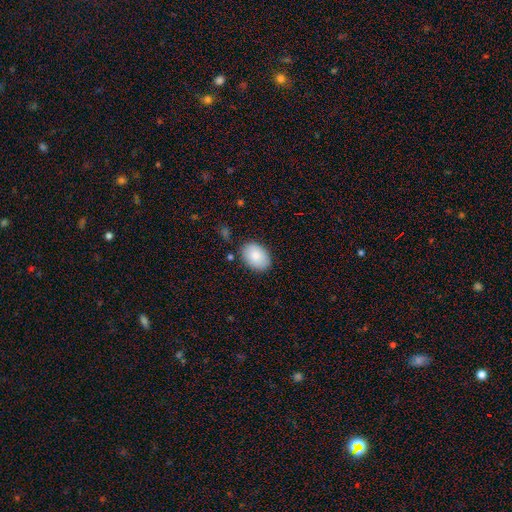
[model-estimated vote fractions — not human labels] A smooth galaxy with no disk features (85%) that is in between round and cigar-shaped (84%).

Vote fractions:
- Smooth or featured? smooth: 85% / featured or disk: 9% / star or artifact: 7%
- How rounded? in between: 84% / round: 15% / cigar-shaped: 1%
- Merging? none: 83% / minor disturbance: 12% / major disturbance: 3% / merger: 2%